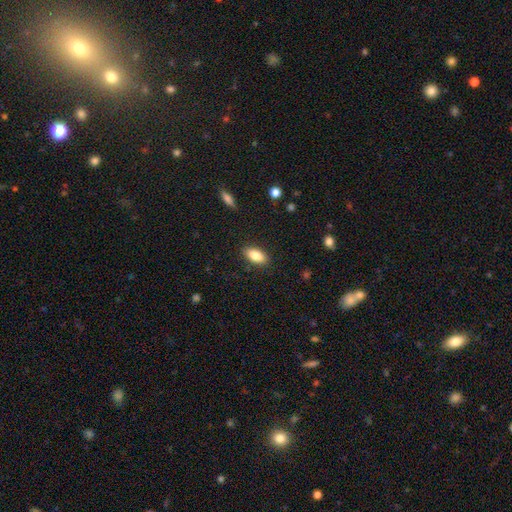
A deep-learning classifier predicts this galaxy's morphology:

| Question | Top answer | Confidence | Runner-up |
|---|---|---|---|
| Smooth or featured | smooth | 84% | featured or disk (9%) |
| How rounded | in between | 89% | cigar-shaped (8%) |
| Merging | none | 87% | minor disturbance (9%) |